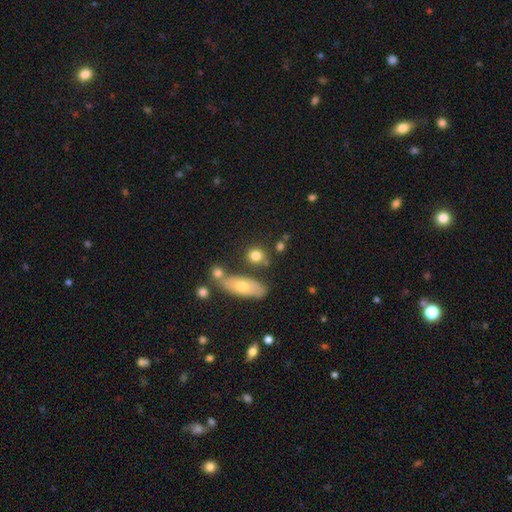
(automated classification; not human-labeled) Smooth or featured? Predicted: smooth (p=0.78). How rounded? Predicted: round (p=0.62). Merging? Predicted: none (p=0.64).